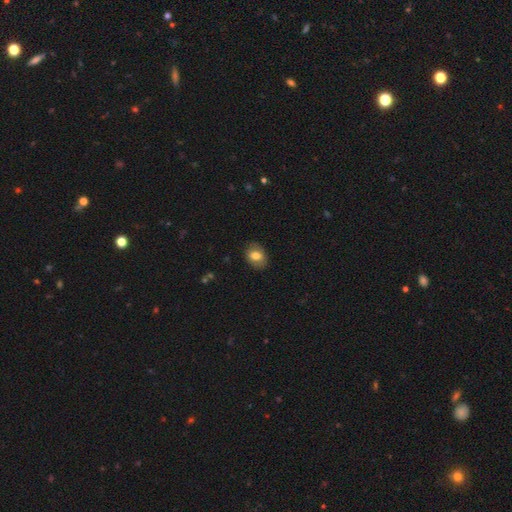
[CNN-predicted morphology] smooth-or-featured: smooth: 75% | featured or disk: 17% | star or artifact: 8%
  how-rounded: in between: 66% | round: 33% | cigar-shaped: 1%
  merging: none: 83% | minor disturbance: 13% | major disturbance: 3% | merger: 1%